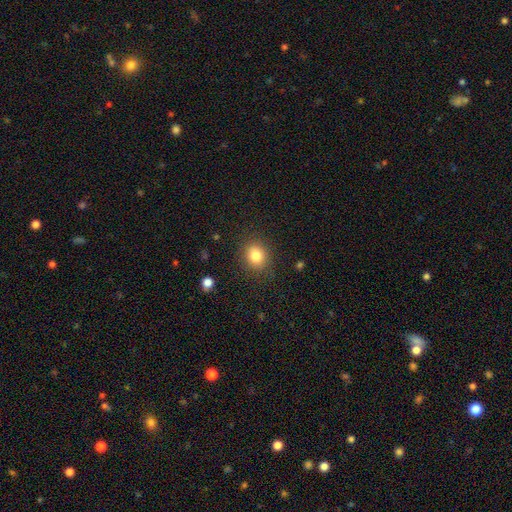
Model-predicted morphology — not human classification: Overall: smooth (81%). How rounded: round (73%). Merging: none (86%).